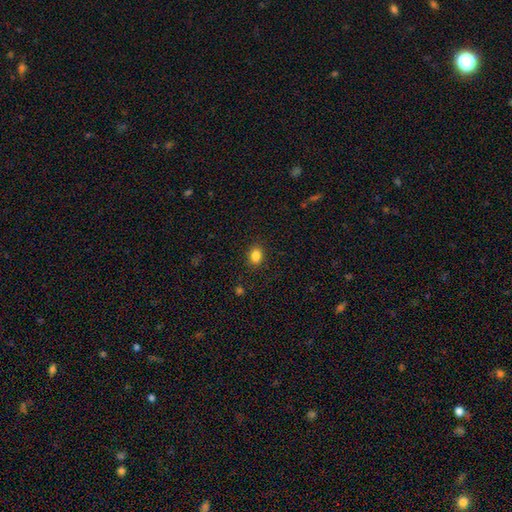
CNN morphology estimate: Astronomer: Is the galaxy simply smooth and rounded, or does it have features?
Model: smooth — 85%.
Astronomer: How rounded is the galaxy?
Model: in between — 58% (runner-up: round, 41%).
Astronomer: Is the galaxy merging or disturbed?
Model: none — 88%.